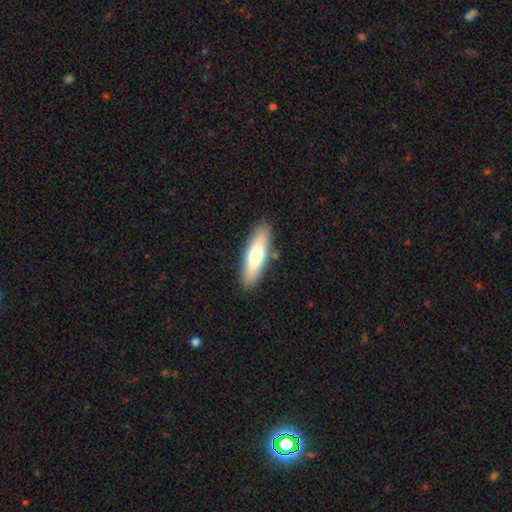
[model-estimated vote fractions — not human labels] Smooth or featured? Predicted: smooth (p=0.66). How rounded? Predicted: cigar-shaped (p=0.54). Merging? Predicted: none (p=0.86).